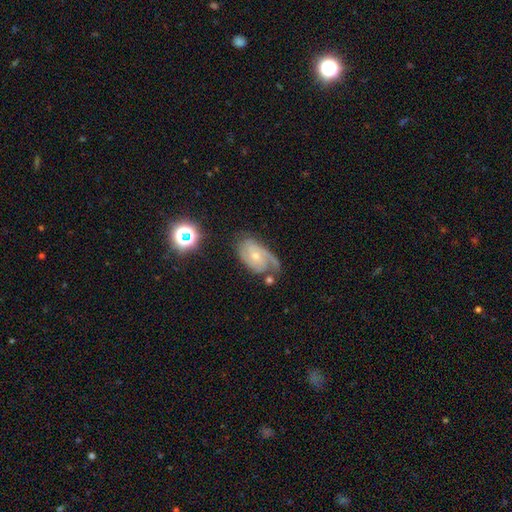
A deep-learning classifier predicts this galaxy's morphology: This is clearly a featured or disk galaxy (80%). It is clearly not viewed edge-on (97%). Bar: likely no (64%). Spiral arm pattern: clearly yes (95%). Spiral arm count: possibly 2 (49%). Spiral winding: possibly tight (50%). Central bulge: possibly small (55%). Merging: possibly none (53%).